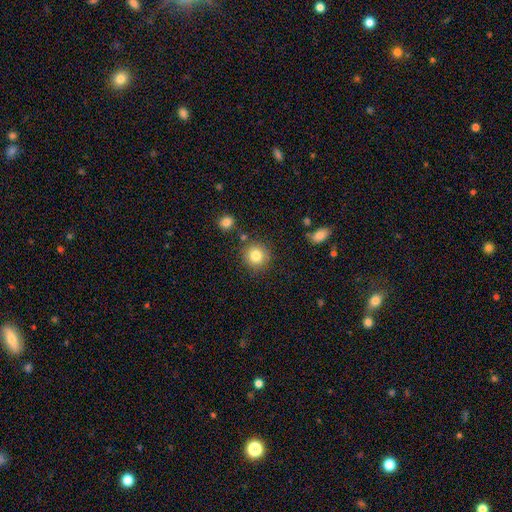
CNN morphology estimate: smooth 82%, star or artifact 10%, featured or disk 7%. Down the decision tree: how rounded — round (92%); merging — none (84%).